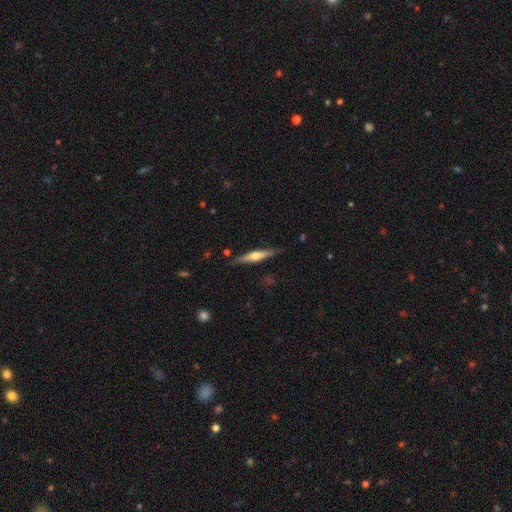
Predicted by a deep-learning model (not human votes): A featured or disk galaxy (56%) viewed edge-on (95%) with a rounded central bulge (83%).

Vote fractions:
- Smooth or featured? featured or disk: 56% / smooth: 38% / star or artifact: 6%
- Edge-on disk? yes: 95% / no: 5%
- Edge-on bulge? rounded: 83% / none: 10% / boxy: 6%
- Merging? none: 84% / minor disturbance: 12% / major disturbance: 2% / merger: 2%